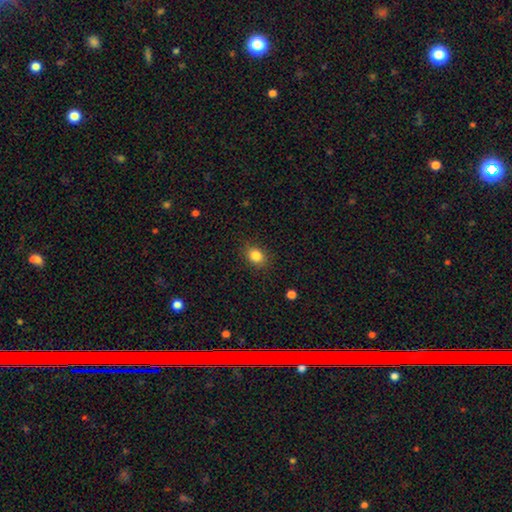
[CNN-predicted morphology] Smooth or featured? smooth (85%)
How rounded? in between (54%)
Merging? none (86%)